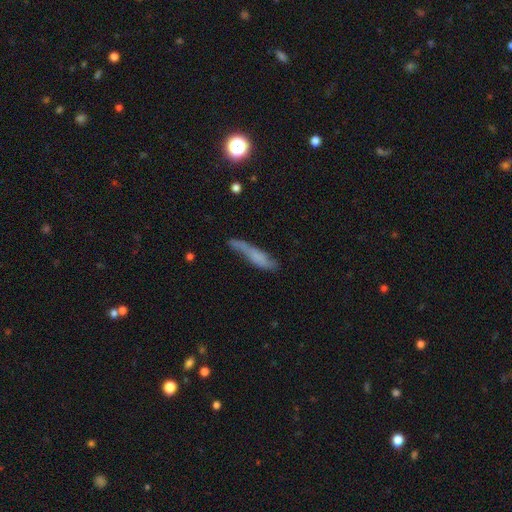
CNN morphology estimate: smooth-or-featured: smooth: 54% | featured or disk: 35% | star or artifact: 10%
  how-rounded: cigar-shaped: 81% | in between: 17% | round: 2%
  merging: none: 49% | minor disturbance: 29% | major disturbance: 15% | merger: 6%